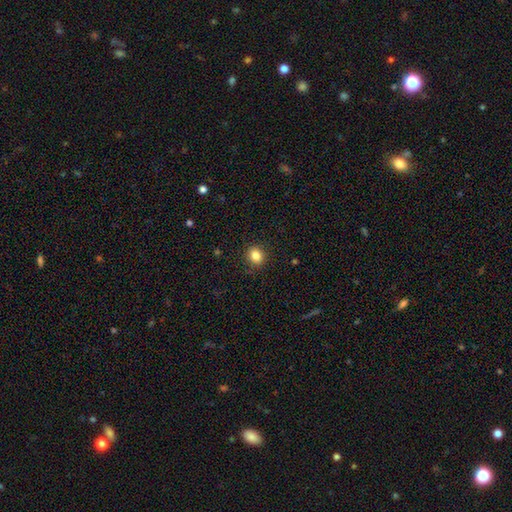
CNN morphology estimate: This appears to be a smooth galaxy with no disk features (83%) that is round (76%). Merging: none (89%).